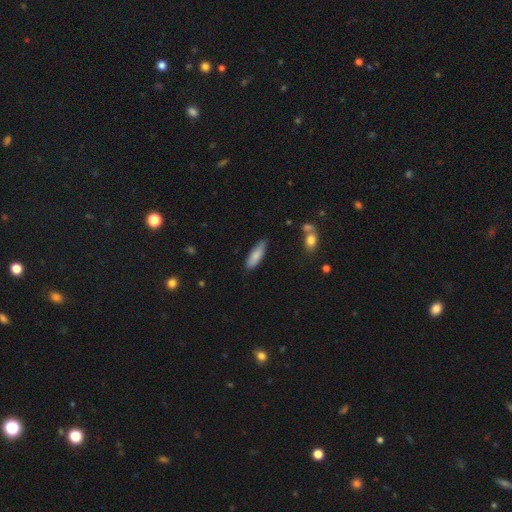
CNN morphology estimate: A smooth galaxy with no disk features (83%) that is in between round and cigar-shaped (53%). Merging: none (79%).